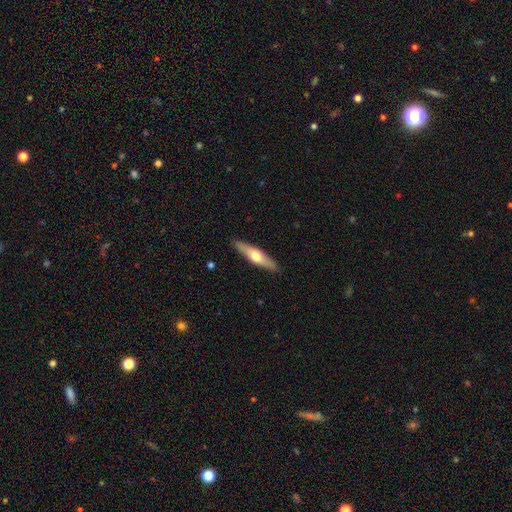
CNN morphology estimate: Q: Smooth or featured?
A: featured or disk (52%); runner-up: smooth (43%)
Q: Edge-on disk?
A: yes (92%); runner-up: no (8%)
Q: Merging?
A: none (89%); runner-up: minor disturbance (8%)